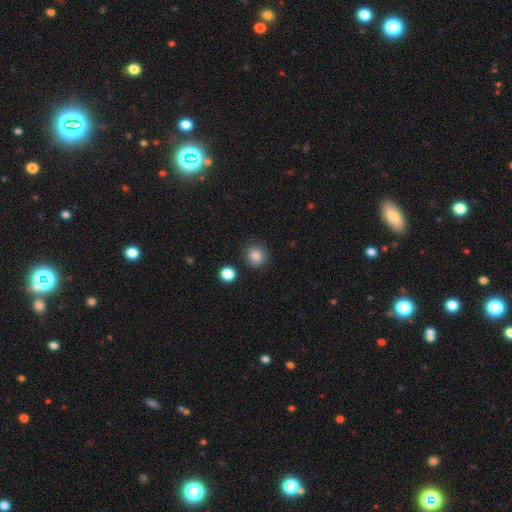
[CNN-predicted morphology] smooth-or-featured: smooth: 86% | star or artifact: 9% | featured or disk: 5%
  how-rounded: round: 91% | in between: 8% | cigar-shaped: 1%
  merging: none: 85% | minor disturbance: 10% | major disturbance: 3% | merger: 3%